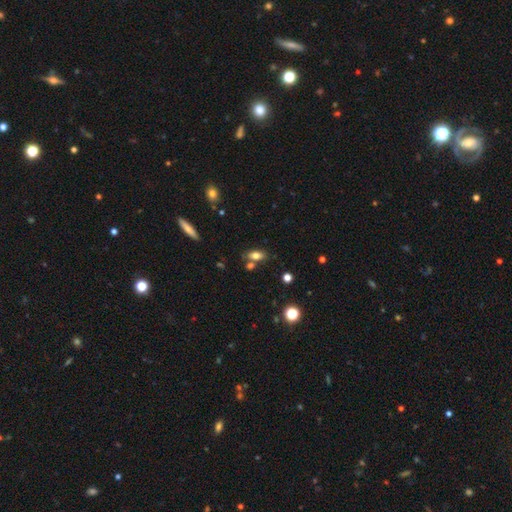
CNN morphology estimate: Smooth or featured? Predicted: smooth (p=0.75). How rounded? Predicted: in between (p=0.83). Merging? Predicted: none (p=0.64).